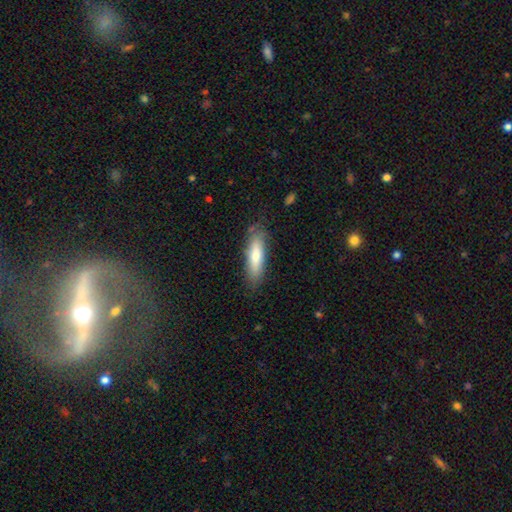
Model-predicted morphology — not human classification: smooth-or-featured: smooth: 72% | featured or disk: 22% | star or artifact: 6%
  how-rounded: cigar-shaped: 64% | in between: 35% | round: 2%
  merging: none: 79% | minor disturbance: 16% | major disturbance: 4% | merger: 2%